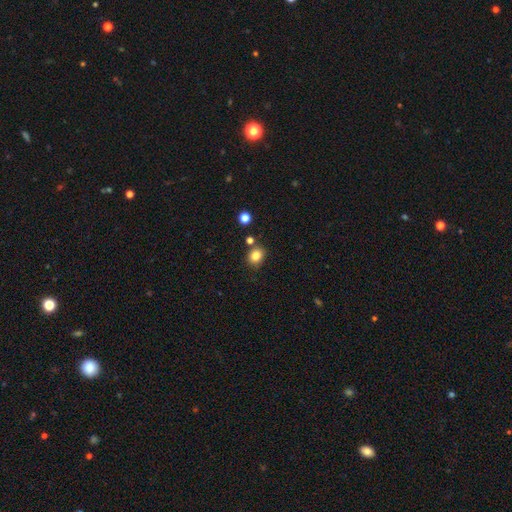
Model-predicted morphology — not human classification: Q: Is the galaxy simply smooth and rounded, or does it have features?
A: smooth — 82%.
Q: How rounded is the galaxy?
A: round — 65%.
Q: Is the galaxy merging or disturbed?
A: none — 78%.